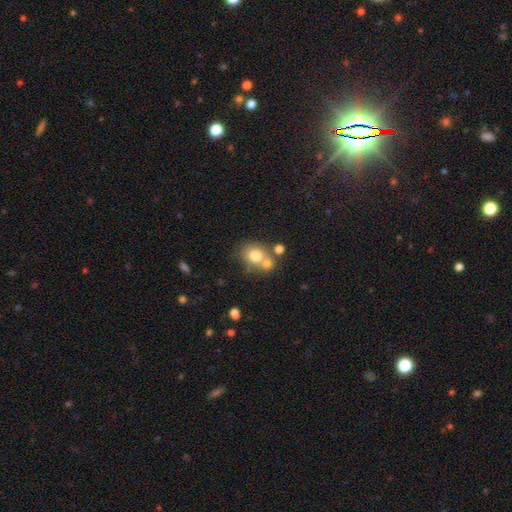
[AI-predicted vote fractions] This is likely a smooth galaxy (73%). How rounded: likely round (63%). Merging: marginally none (45%).